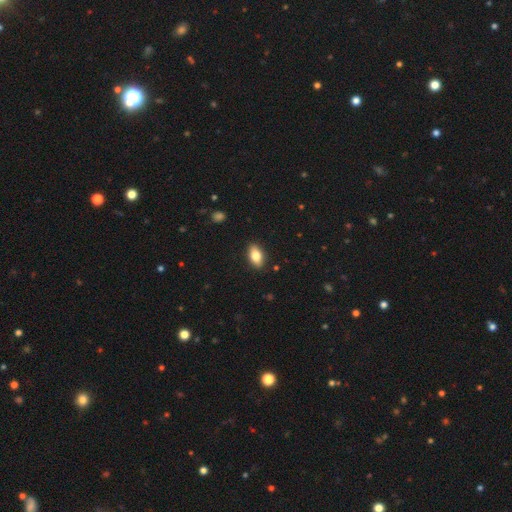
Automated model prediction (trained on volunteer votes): smooth_or_featured: smooth (p=0.80) [alt: featured or disk p=0.13]
how_rounded: in between (p=0.90) [alt: round p=0.05]
merging: none (p=0.89) [alt: minor disturbance p=0.08]